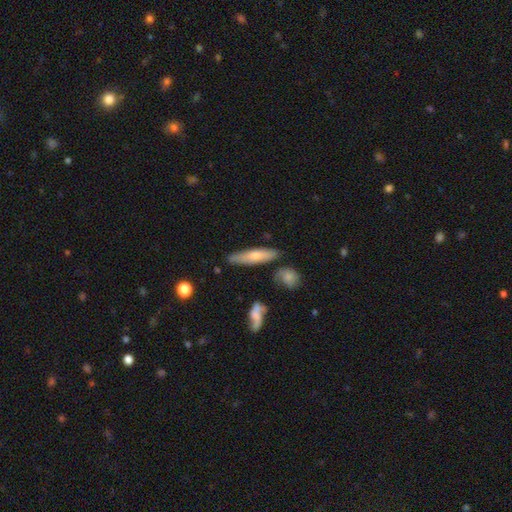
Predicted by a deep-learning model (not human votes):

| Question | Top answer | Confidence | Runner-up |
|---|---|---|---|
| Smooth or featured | smooth | 62% | featured or disk (32%) |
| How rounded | cigar-shaped | 75% | in between (22%) |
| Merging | none | 76% | minor disturbance (15%) |